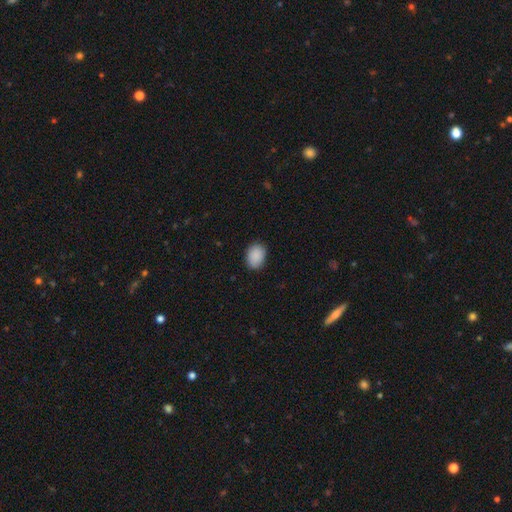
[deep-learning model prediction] This appears to be a smooth galaxy with no disk features (90%) that is in between round and cigar-shaped (72%). Merging: none (83%).